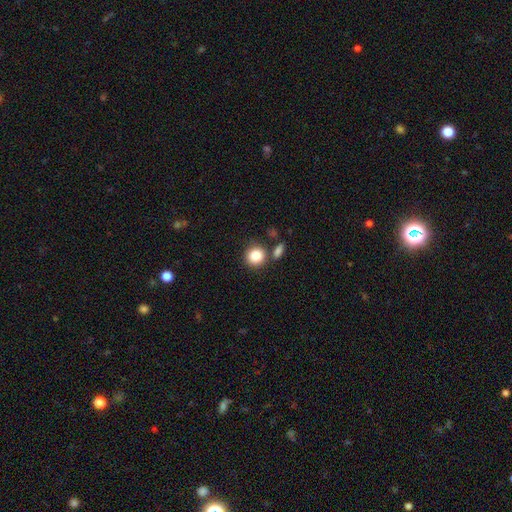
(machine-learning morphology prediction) Smooth or featured? Predicted: smooth (p=0.85). How rounded? Predicted: round (p=0.86). Merging? Predicted: none (p=0.72).